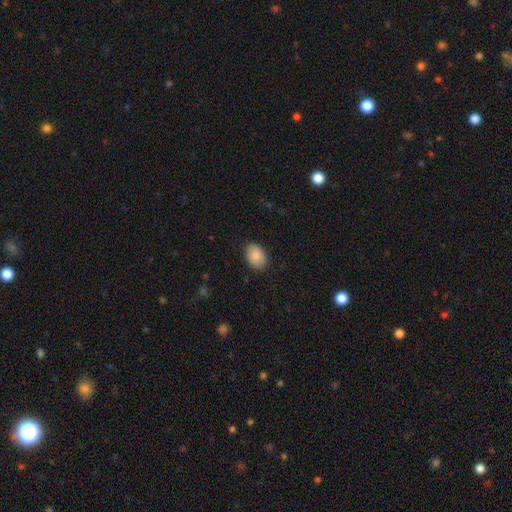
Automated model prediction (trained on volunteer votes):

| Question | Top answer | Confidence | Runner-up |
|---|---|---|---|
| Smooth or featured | smooth | 88% | star or artifact (7%) |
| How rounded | in between | 79% | round (20%) |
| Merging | none | 88% | minor disturbance (9%) |